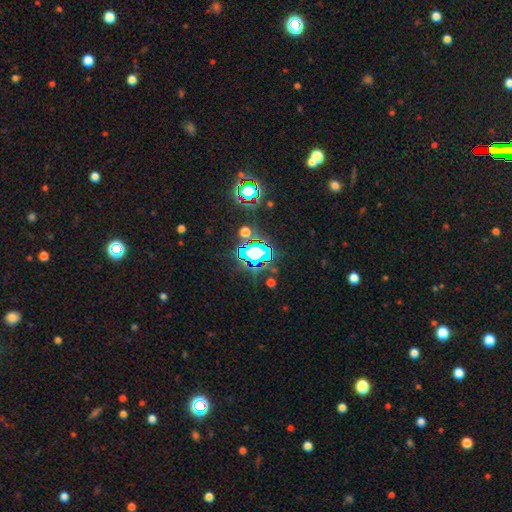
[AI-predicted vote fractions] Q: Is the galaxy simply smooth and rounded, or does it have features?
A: star or artifact — 64%.